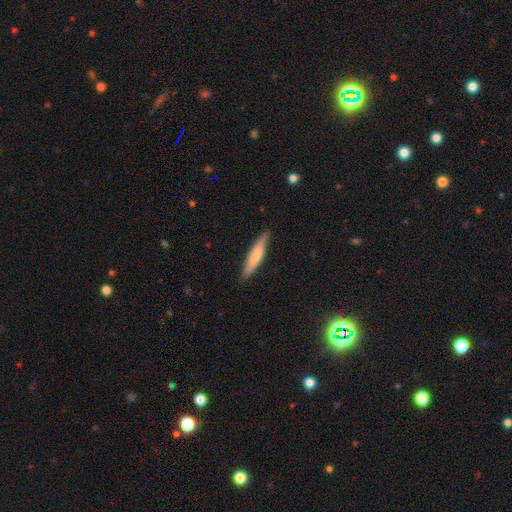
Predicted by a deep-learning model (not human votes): A smooth galaxy with no disk features (70%) that is cigar-shaped (87%).

Vote fractions:
- Smooth or featured? smooth: 70% / featured or disk: 25% / star or artifact: 5%
- How rounded? cigar-shaped: 87% / in between: 11% / round: 1%
- Merging? none: 87% / minor disturbance: 10% / major disturbance: 2% / merger: 1%